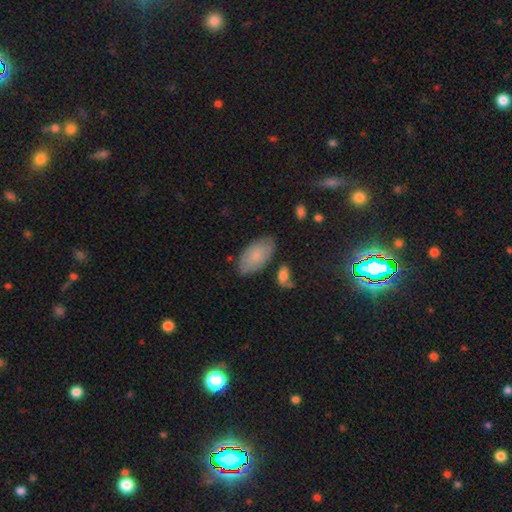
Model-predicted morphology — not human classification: Smooth or featured?
  - smooth: 75% *
  - featured or disk: 18%
  - star or artifact: 7%
How rounded?
  - in between: 94% *
  - round: 3%
  - cigar-shaped: 3%
Merging?
  - none: 76% *
  - minor disturbance: 17%
  - major disturbance: 4%
  - merger: 4%